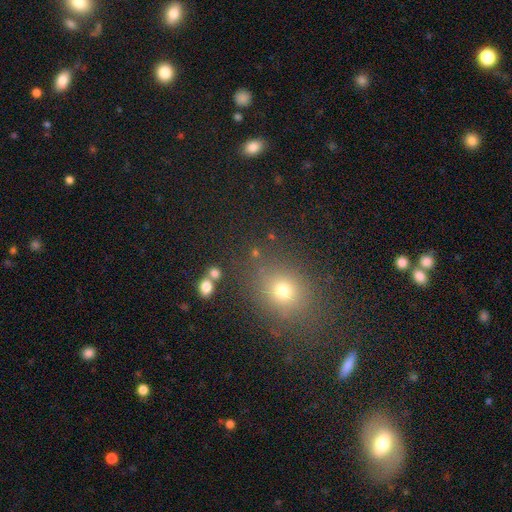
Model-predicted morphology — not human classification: Overall: smooth (64%; star or artifact 27%). How rounded: round (63%; in between 35%). Merging: none (80%).